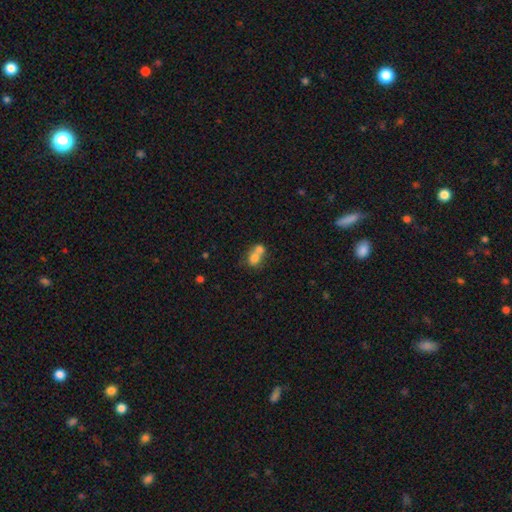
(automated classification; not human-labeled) Smooth or featured? smooth (72%)
How rounded? round (62%)
Merging? merger (68%)